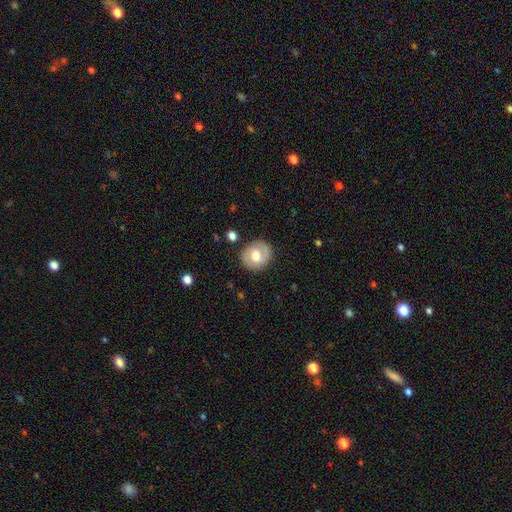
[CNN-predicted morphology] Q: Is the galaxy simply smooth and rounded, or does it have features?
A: featured or disk — 50%.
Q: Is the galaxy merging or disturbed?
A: none — 85%.